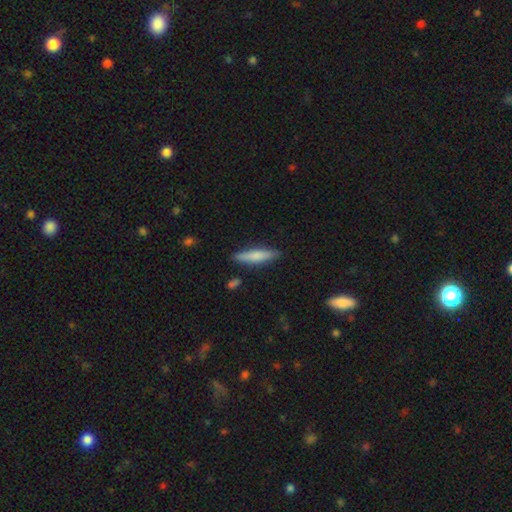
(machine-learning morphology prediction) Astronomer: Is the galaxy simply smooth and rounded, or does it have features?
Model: smooth — 69%.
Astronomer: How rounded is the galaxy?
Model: cigar-shaped — 80%.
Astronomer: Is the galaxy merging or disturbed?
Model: none — 85%.